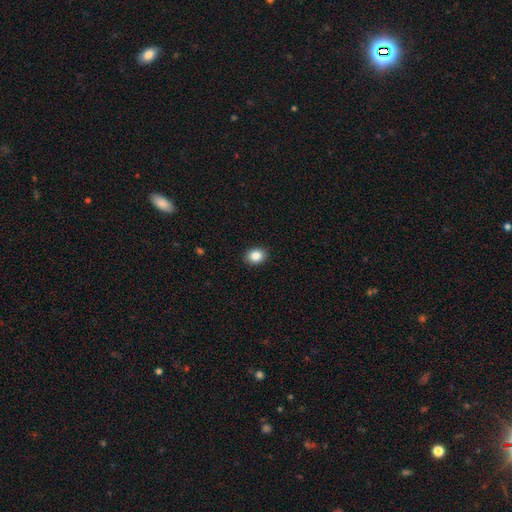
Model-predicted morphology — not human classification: smooth_or_featured: smooth (p=0.86) [alt: star or artifact p=0.09]
how_rounded: in between (p=0.52) [alt: round p=0.47]
merging: none (p=0.90) [alt: minor disturbance p=0.07]